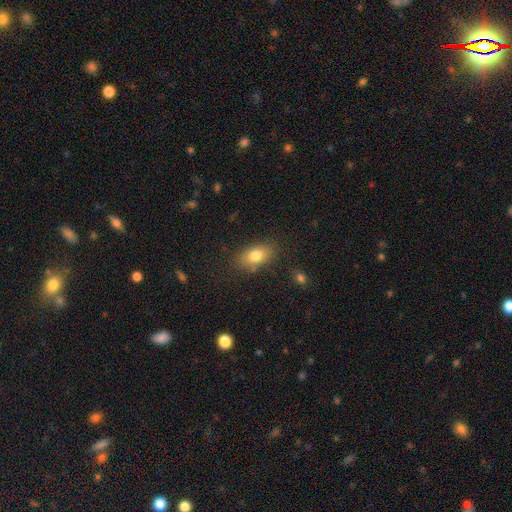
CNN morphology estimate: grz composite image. It shows a smooth galaxy with no disk features (80%) that is in between round and cigar-shaped (87%). Merging: none (80%).